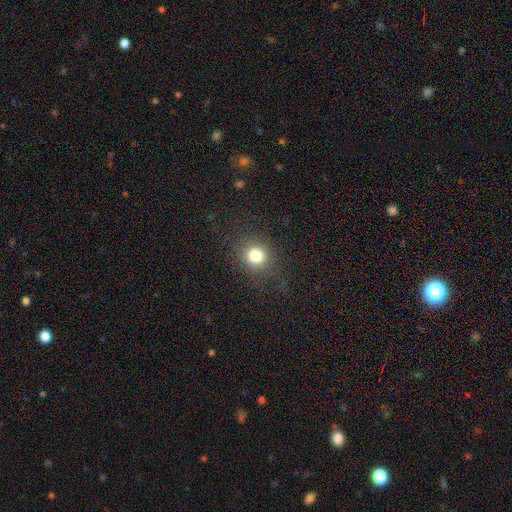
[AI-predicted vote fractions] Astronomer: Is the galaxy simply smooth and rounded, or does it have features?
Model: smooth — 80%.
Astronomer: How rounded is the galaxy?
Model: round — 84%.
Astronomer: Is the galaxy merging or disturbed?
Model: none — 86%.